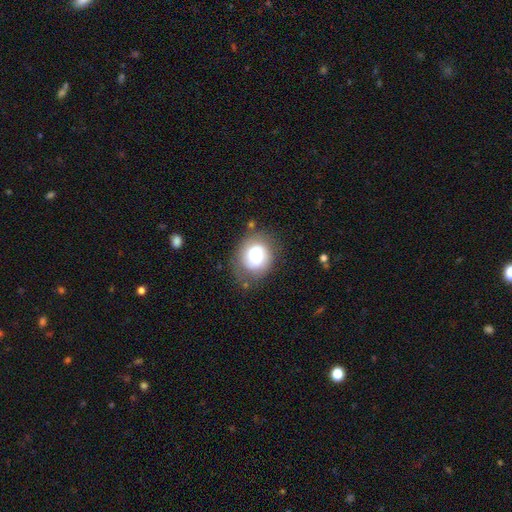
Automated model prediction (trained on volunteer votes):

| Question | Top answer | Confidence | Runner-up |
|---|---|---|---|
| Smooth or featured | smooth | 62% | featured or disk (29%) |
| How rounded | round | 64% | in between (35%) |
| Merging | none | 69% | minor disturbance (20%) |